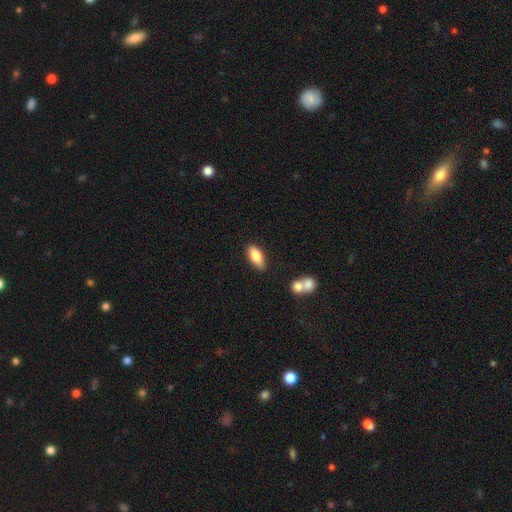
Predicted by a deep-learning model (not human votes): Morphology: type=smooth (82%); roundness=in between (84%); merging=none (78%).